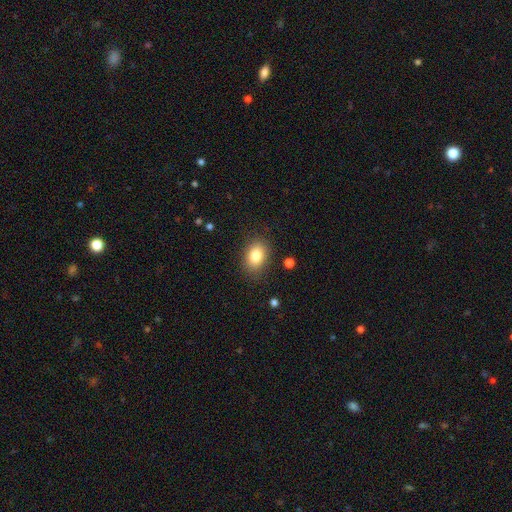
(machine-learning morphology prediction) This is clearly a smooth galaxy (83%). How rounded: likely in between (72%). Merging: clearly none (85%).